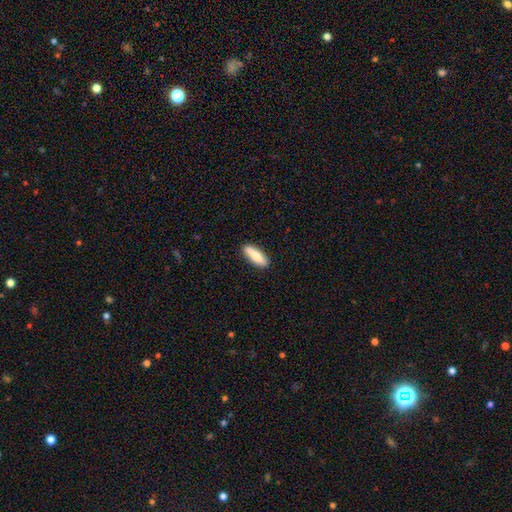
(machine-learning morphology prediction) Overall: smooth (78%). How rounded: in between (51%; cigar-shaped 47%). Merging: none (87%).